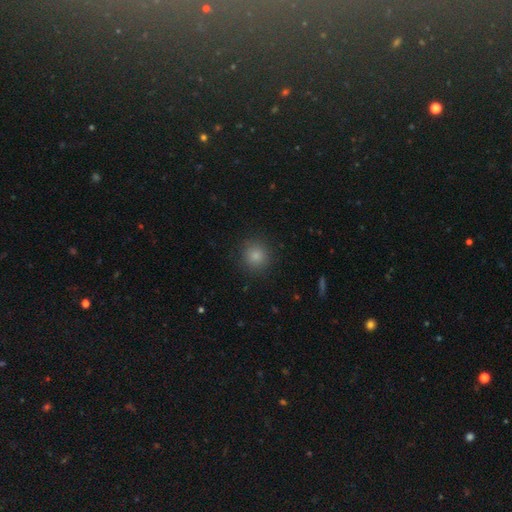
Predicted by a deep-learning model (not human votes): Morphology: type=smooth (85%); roundness=round (91%); merging=none (89%).